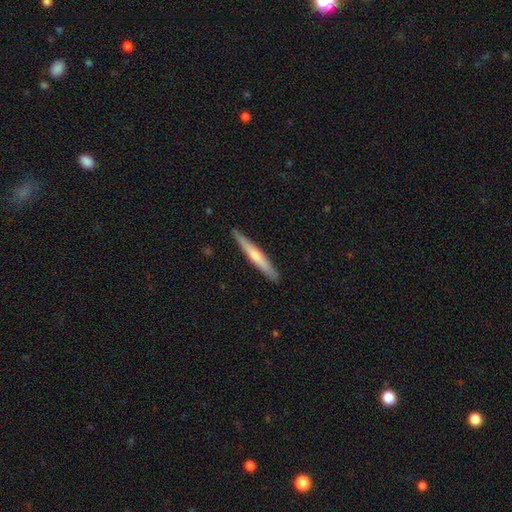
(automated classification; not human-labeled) smooth_or_featured: smooth (p=0.52) [alt: featured or disk p=0.43]
how_rounded: cigar-shaped (p=0.96) [alt: in between p=0.03]
merging: none (p=0.90) [alt: minor disturbance p=0.07]